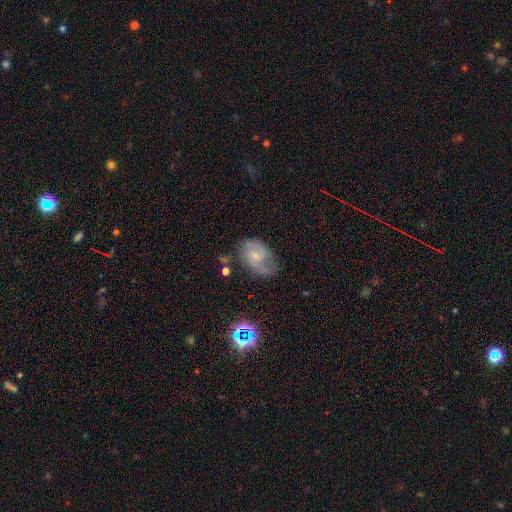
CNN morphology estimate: smooth-or-featured: featured or disk: 73% | smooth: 18% | star or artifact: 8%
  disk-edge-on: no: 97% | yes: 3%
    bar: no: 51% | weak: 42% | strong: 7%
    has-spiral-arms: yes: 93% | no: 7%
      spiral-winding: medium: 51% | loose: 25% | tight: 25%
      spiral-arm-count: 2: 79% | can't tell: 10% | 1: 5% | 3: 3% | 4: 1% | more than 4: 1%
    bulge-size: small: 67% | moderate: 25% | none: 6% | large: 1% | dominant: 1%
  merging: none: 67% | minor disturbance: 22% | major disturbance: 9% | merger: 2%